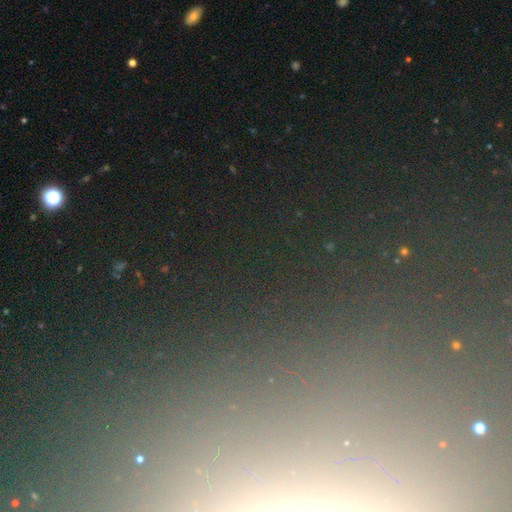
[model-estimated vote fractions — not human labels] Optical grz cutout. It shows a star or artifact, not a galaxy (69%).